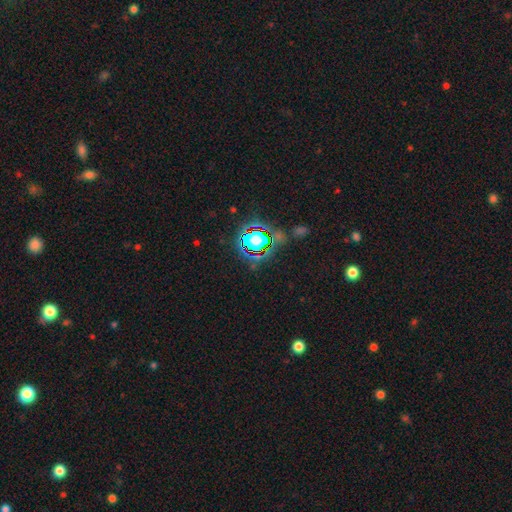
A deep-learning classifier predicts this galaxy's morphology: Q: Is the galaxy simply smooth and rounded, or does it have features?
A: star or artifact — 79%.